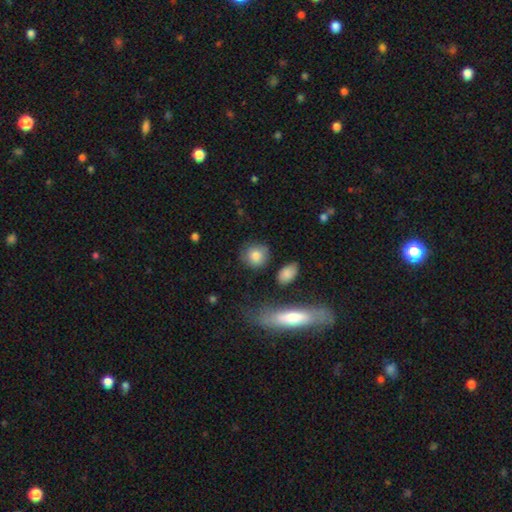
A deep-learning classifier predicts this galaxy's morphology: Smooth or featured? Predicted: smooth (p=0.81). How rounded? Predicted: round (p=0.82). Merging? Predicted: none (p=0.75).